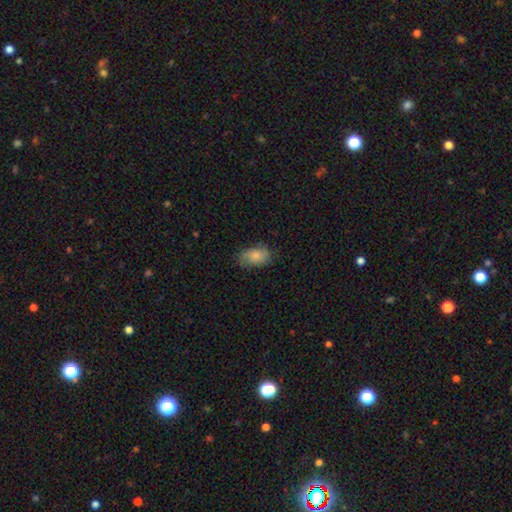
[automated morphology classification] This appears to be a smooth galaxy with no disk features (79%) that is in between round and cigar-shaped (90%). Merging: none (68%).